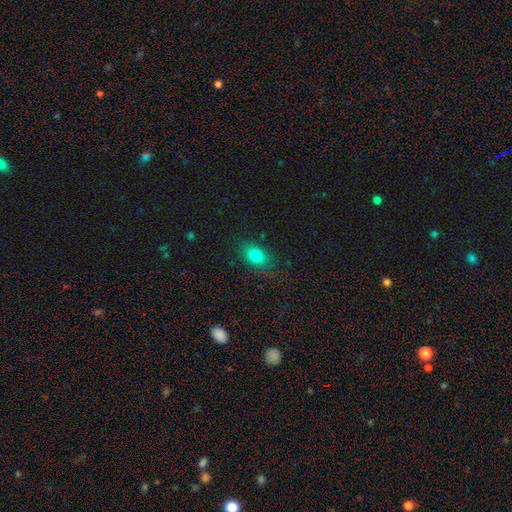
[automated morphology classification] A smooth galaxy with no disk features (80%) that is in between round and cigar-shaped (81%).

Vote fractions:
- Smooth or featured? smooth: 80% / star or artifact: 11% / featured or disk: 9%
- How rounded? in between: 81% / round: 17% / cigar-shaped: 2%
- Merging? none: 80% / minor disturbance: 15% / major disturbance: 5% / merger: 1%